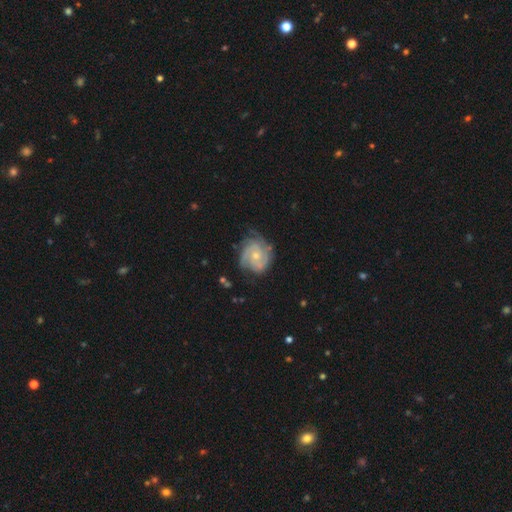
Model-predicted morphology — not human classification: This appears to be a featured or disk galaxy (86%) with no bar (74%), 3 (32%) tight (65%) spiral arms (96%) and a small central bulge (58%). Merging: none (67%).